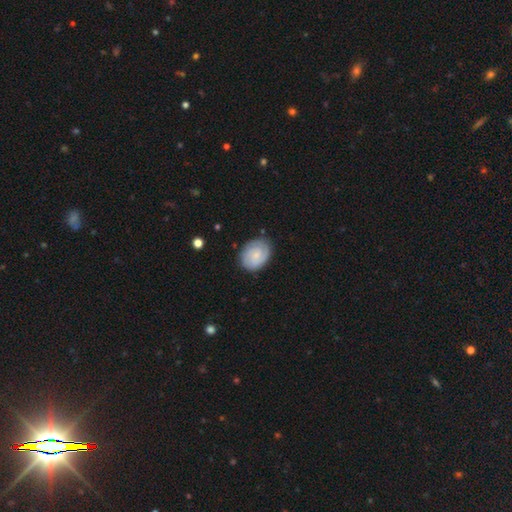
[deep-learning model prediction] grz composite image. It shows a featured or disk galaxy (55%) with no bar (62%), spiral arms (88%) and a small central bulge (67%). Merging: none (79%).